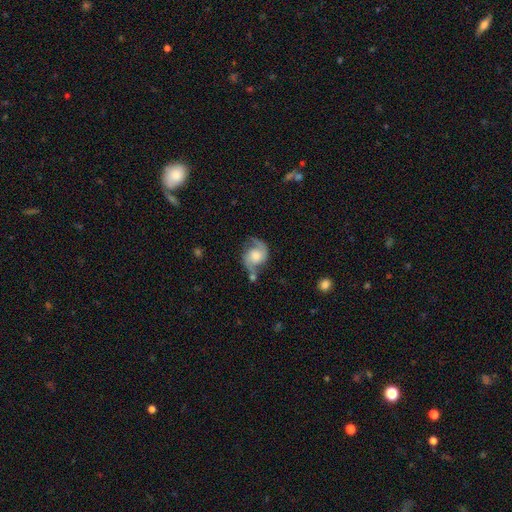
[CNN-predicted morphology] A featured or disk galaxy (80%) with no bar (66%), 2 (90%) medium (47%) spiral arms (96%) and a moderate central bulge (48%). Merging: none (59%).